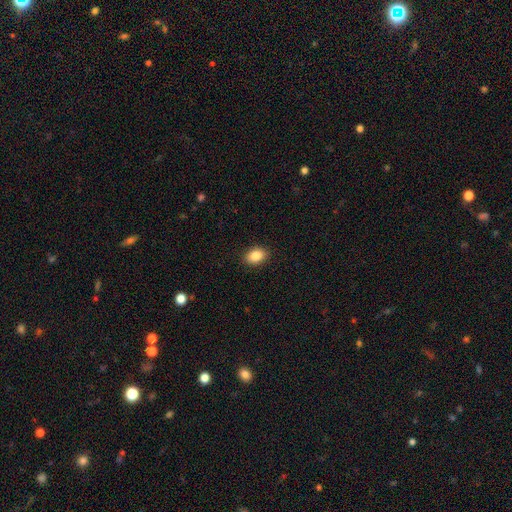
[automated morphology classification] Smooth or featured? smooth (87%)
How rounded? in between (79%)
Merging? none (90%)